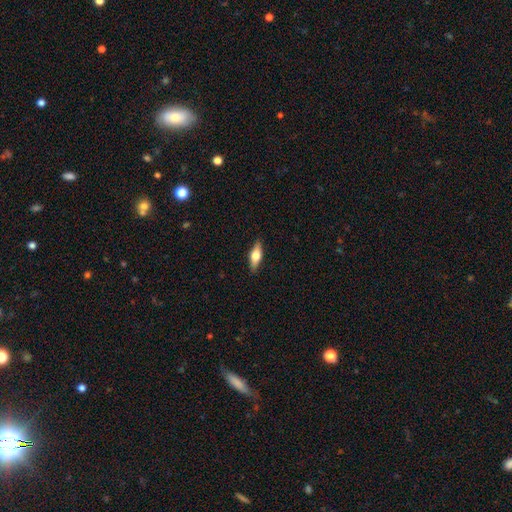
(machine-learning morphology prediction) smooth 50%, featured or disk 43%, star or artifact 7%. Down the decision tree: how rounded — in between (57%); merging — none (88%).